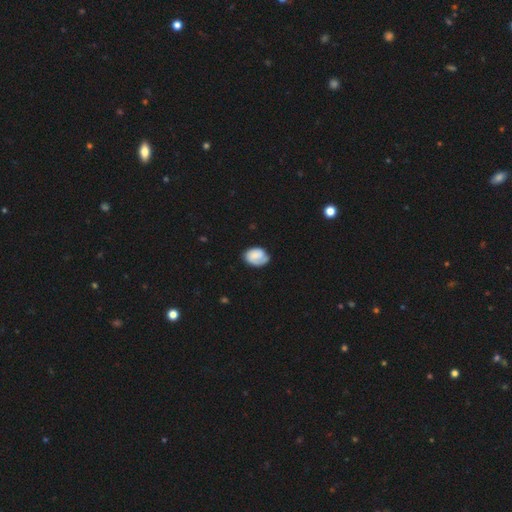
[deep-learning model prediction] Smooth or featured? Predicted: smooth (p=0.65). How rounded? Predicted: in between (p=0.70). Merging? Predicted: none (p=0.60).